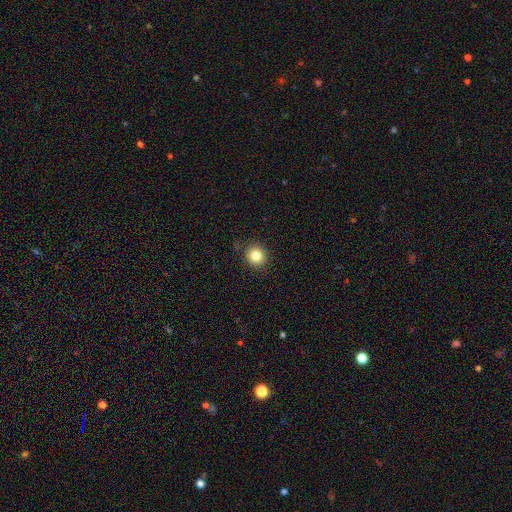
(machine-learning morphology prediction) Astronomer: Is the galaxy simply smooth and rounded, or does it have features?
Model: smooth — 82%.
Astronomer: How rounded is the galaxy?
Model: round — 88%.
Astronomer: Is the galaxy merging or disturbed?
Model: none — 90%.